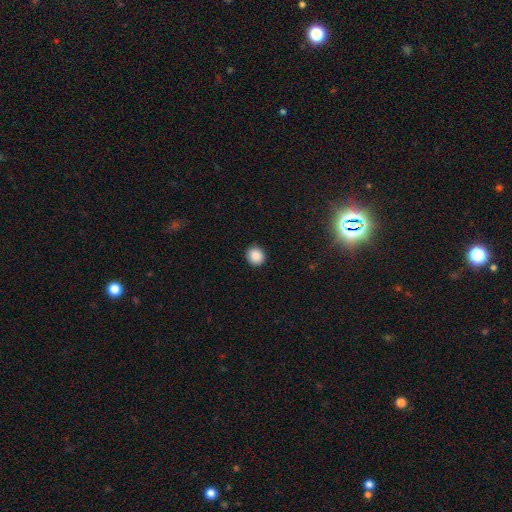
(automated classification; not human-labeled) Smooth or featured? Predicted: smooth (p=0.89). How rounded? Predicted: round (p=0.85). Merging? Predicted: none (p=0.91).